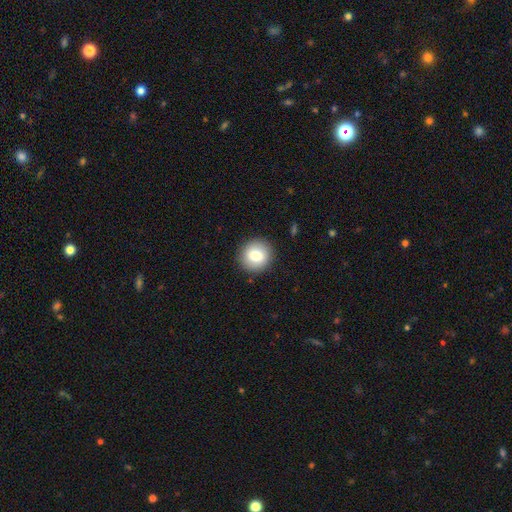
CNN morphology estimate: Overall: smooth (80%). How rounded: round (92%). Merging: none (91%).